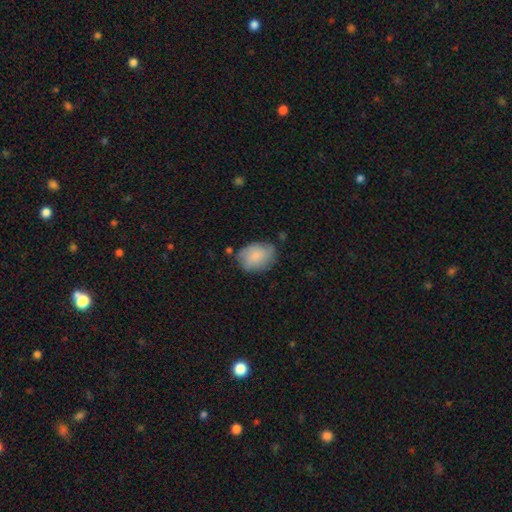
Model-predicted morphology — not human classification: Q: Smooth or featured?
A: smooth (77%); runner-up: featured or disk (17%)
Q: How rounded?
A: in between (66%); runner-up: round (33%)
Q: Merging?
A: none (63%); runner-up: minor disturbance (27%)